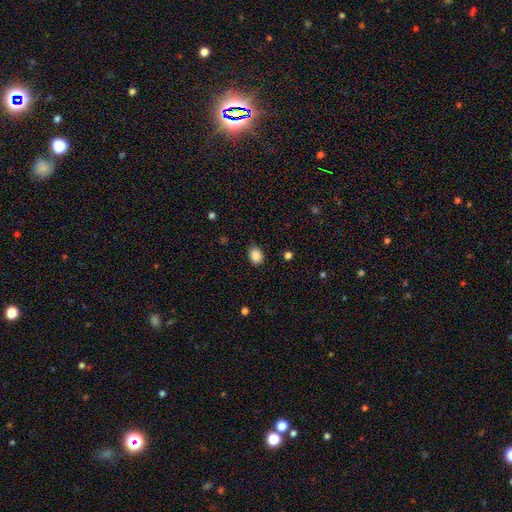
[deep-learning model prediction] A smooth galaxy with no disk features (87%) that is in between round and cigar-shaped (55%).

Vote fractions:
- Smooth or featured? smooth: 87% / star or artifact: 9% / featured or disk: 3%
- How rounded? in between: 55% / round: 44% / cigar-shaped: 1%
- Merging? none: 87% / minor disturbance: 10% / major disturbance: 2% / merger: 1%